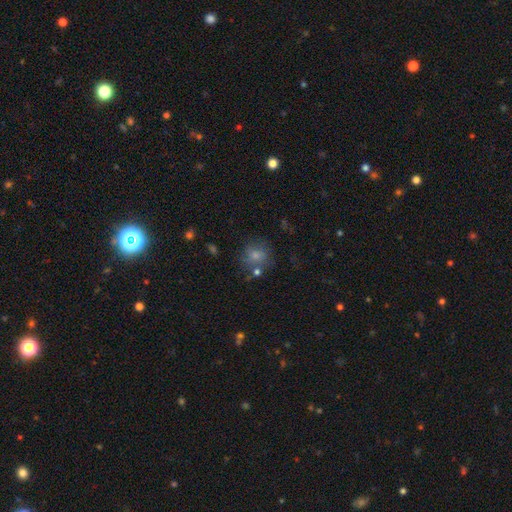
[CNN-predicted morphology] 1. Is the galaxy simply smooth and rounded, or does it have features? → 76% smooth, 14% featured or disk, 11% star or artifact.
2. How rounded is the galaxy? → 81% round, 18% in between, 1% cigar-shaped.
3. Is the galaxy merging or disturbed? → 64% none, 18% minor disturbance, 10% merger, 8% major disturbance.